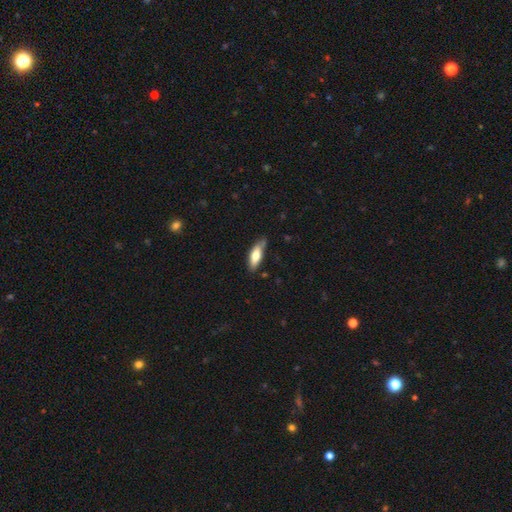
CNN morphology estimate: This is likely a smooth galaxy (68%). How rounded: possibly in between (57%). Merging: likely none (71%).